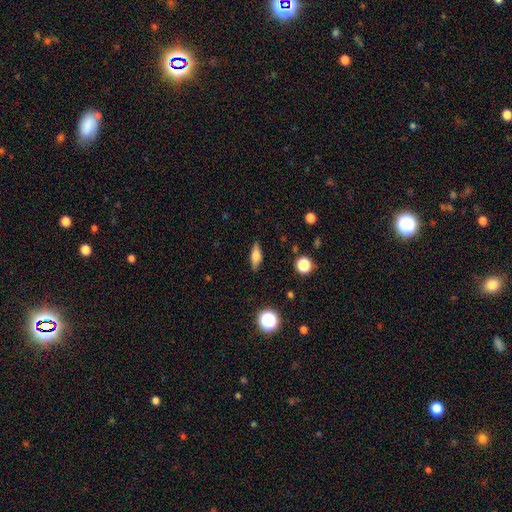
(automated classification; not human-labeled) smooth 66%, featured or disk 24%, star or artifact 9%. Down the decision tree: how rounded — in between (58%); merging — none (86%).